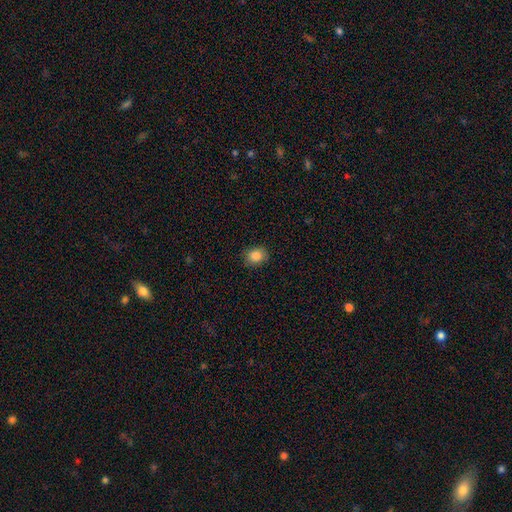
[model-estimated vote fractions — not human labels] Smooth or featured? smooth (86%)
How rounded? round (61%)
Merging? none (87%)